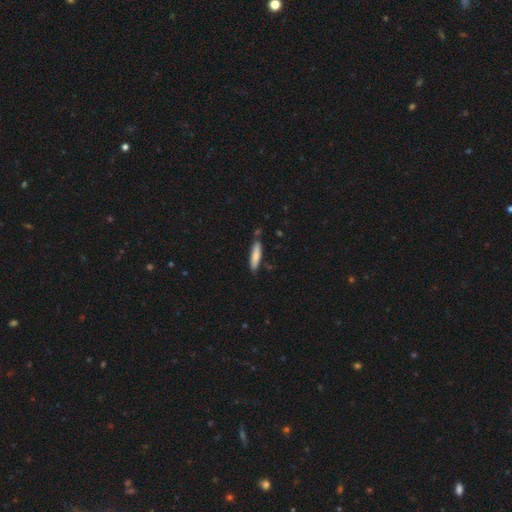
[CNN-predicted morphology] Q: Smooth or featured?
A: smooth (79%); runner-up: featured or disk (15%)
Q: How rounded?
A: cigar-shaped (80%); runner-up: in between (18%)
Q: Merging?
A: none (80%); runner-up: minor disturbance (14%)